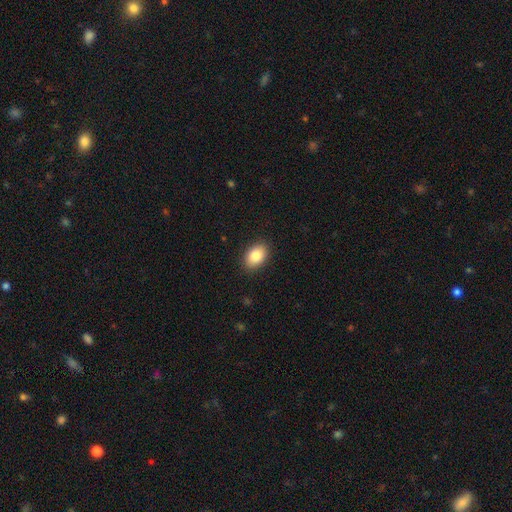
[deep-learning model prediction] Q: Smooth or featured?
A: smooth (86%); runner-up: star or artifact (8%)
Q: How rounded?
A: in between (84%); runner-up: round (14%)
Q: Merging?
A: none (89%); runner-up: minor disturbance (8%)